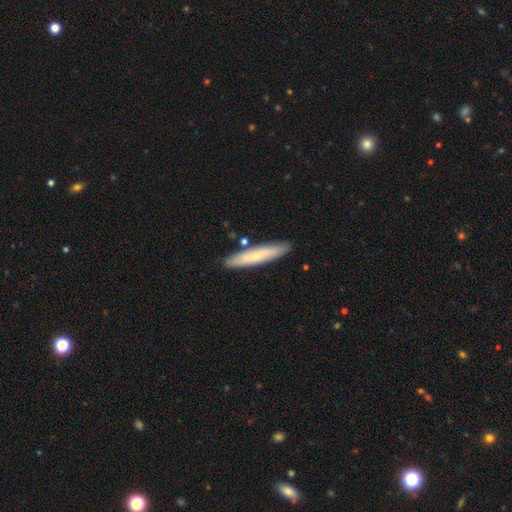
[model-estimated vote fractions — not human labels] The model was most divided on "smooth or featured": smooth: 67%, featured or disk: 27%, star or artifact: 6%. More confident: how rounded — cigar-shaped (91%); merging — none (86%).